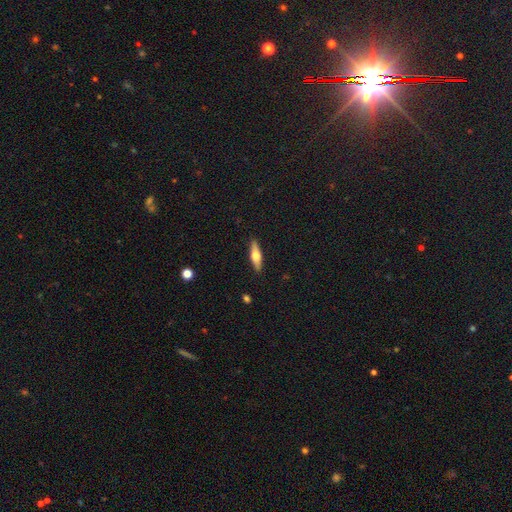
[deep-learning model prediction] A smooth galaxy with no disk features (47%, tied with featured or disk). Merging: none (90%).